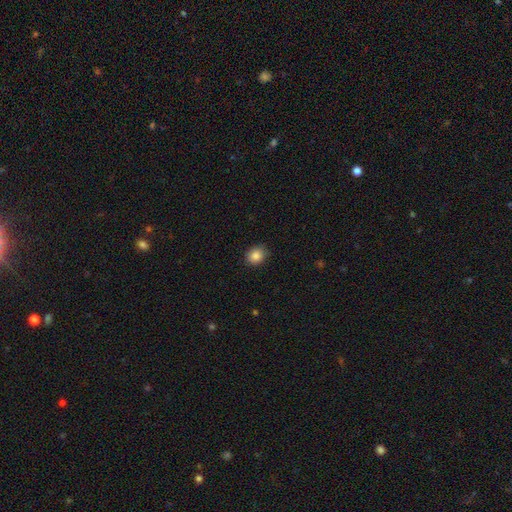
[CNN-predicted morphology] smooth_or_featured: smooth (p=0.86) [alt: star or artifact p=0.09]
how_rounded: round (p=0.61) [alt: in between p=0.38]
merging: none (p=0.87) [alt: minor disturbance p=0.10]